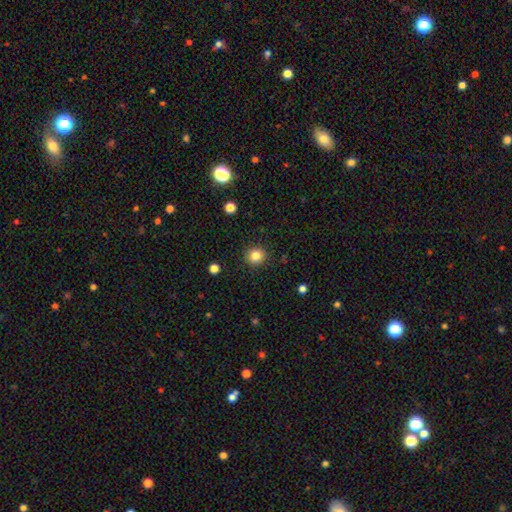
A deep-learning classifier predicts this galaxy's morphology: type=smooth (83%); roundness=round (89%); merging=none (90%).